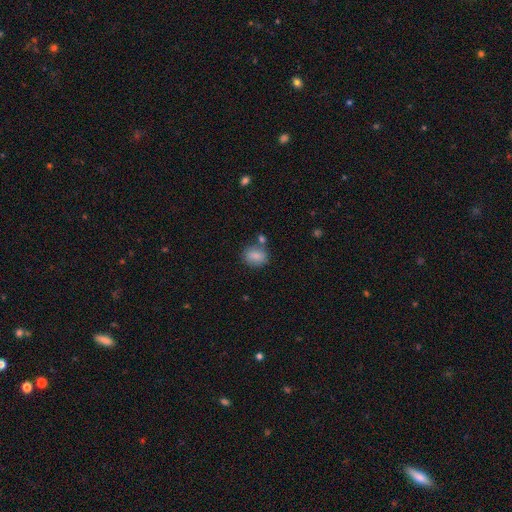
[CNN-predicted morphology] smooth_or_featured: smooth (p=0.84) [alt: star or artifact p=0.09]
how_rounded: in between (p=0.53) [alt: round p=0.45]
merging: none (p=0.69) [alt: minor disturbance p=0.14]